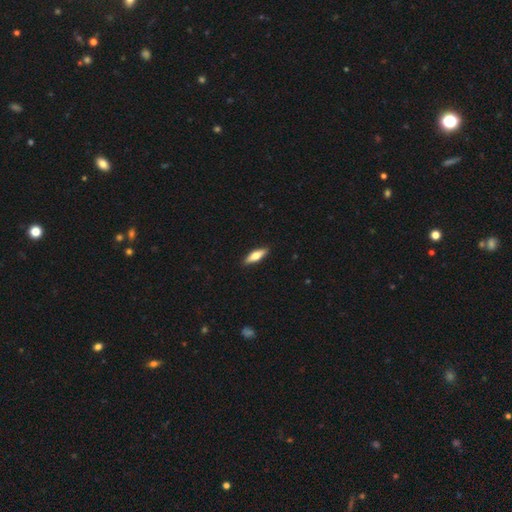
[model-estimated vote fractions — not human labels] Smooth or featured? Predicted: smooth (p=0.59). How rounded? Predicted: cigar-shaped (p=0.51). Merging? Predicted: none (p=0.90).